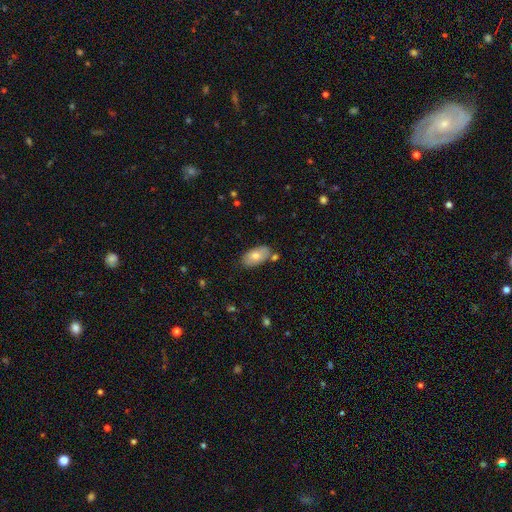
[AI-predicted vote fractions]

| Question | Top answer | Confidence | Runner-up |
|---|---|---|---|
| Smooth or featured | smooth | 74% | featured or disk (19%) |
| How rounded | in between | 94% | round (3%) |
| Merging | none | 78% | minor disturbance (14%) |